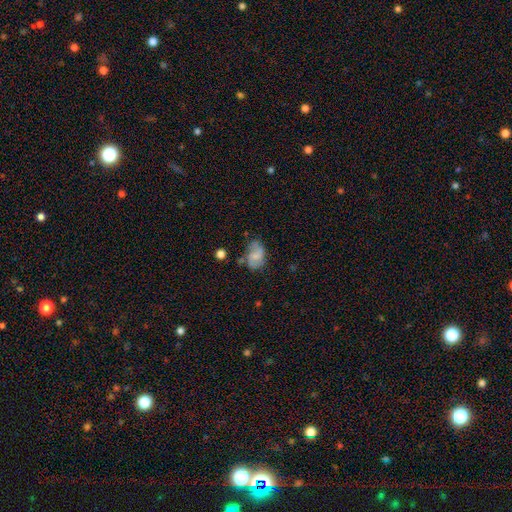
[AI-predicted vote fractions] Morphology: type=smooth (47%); merging=none (51%).